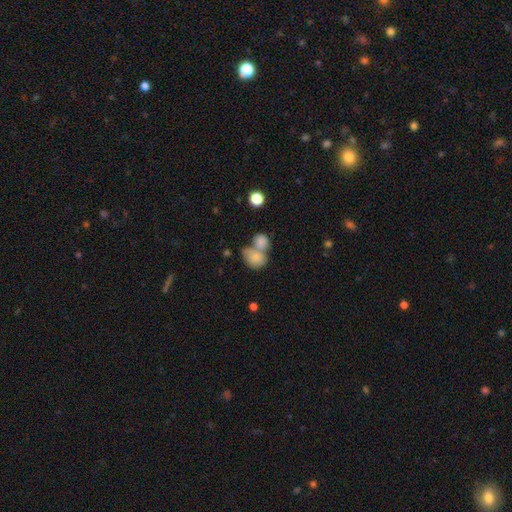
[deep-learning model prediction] A smooth galaxy with no disk features (81%) that is in between round and cigar-shaped (52%).

Vote fractions:
- Smooth or featured? smooth: 81% / featured or disk: 12% / star or artifact: 8%
- How rounded? in between: 52% / round: 47% / cigar-shaped: 1%
- Merging? merger: 65% / none: 21% / minor disturbance: 9% / major disturbance: 5%